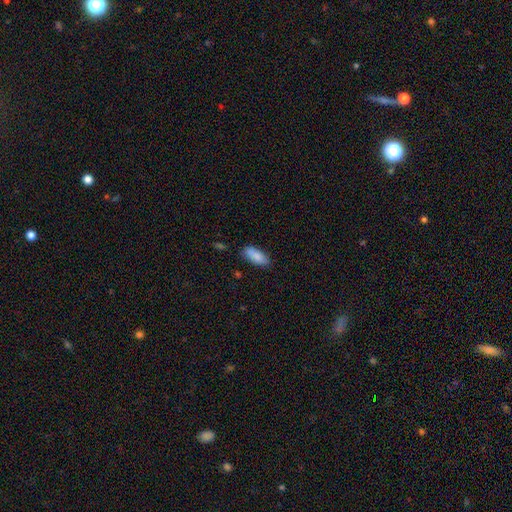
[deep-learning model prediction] The model was most divided on "how rounded": in between: 77%, cigar-shaped: 21%, round: 2%. More confident: smooth or featured — smooth (86%); merging — none (80%).